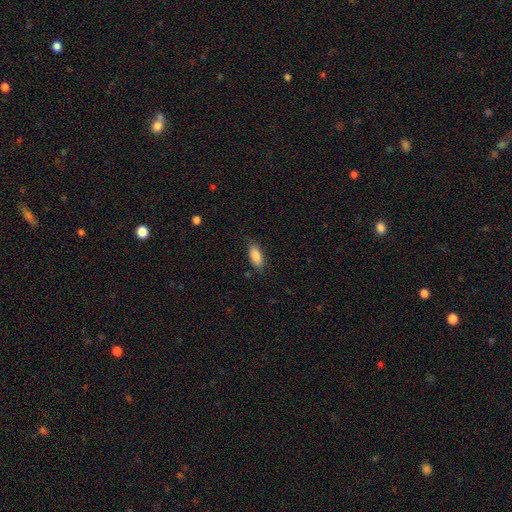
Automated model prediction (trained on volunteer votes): Smooth or featured? Predicted: smooth (p=0.87). How rounded? Predicted: in between (p=0.82). Merging? Predicted: none (p=0.78).